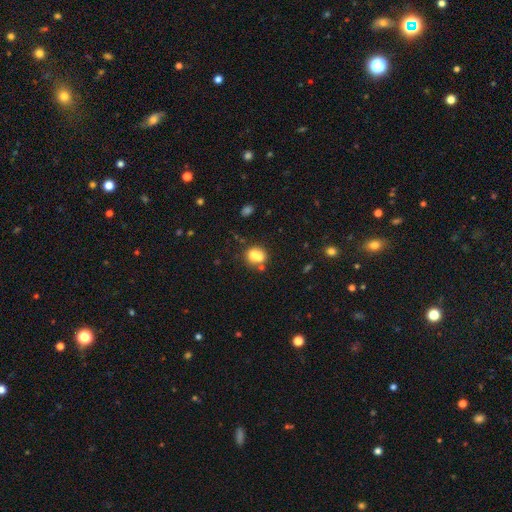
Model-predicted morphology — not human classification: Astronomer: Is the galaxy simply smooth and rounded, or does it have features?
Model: smooth — 71%.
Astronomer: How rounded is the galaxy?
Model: round — 61% (runner-up: in between, 38%).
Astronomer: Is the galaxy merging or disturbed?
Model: merger — 43% (runner-up: none, 39%).